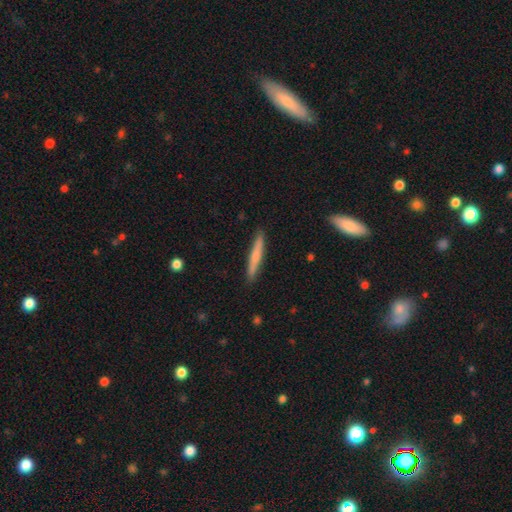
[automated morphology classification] This appears to be a smooth galaxy with no disk features (60%) that is cigar-shaped (95%). Merging: none (89%).